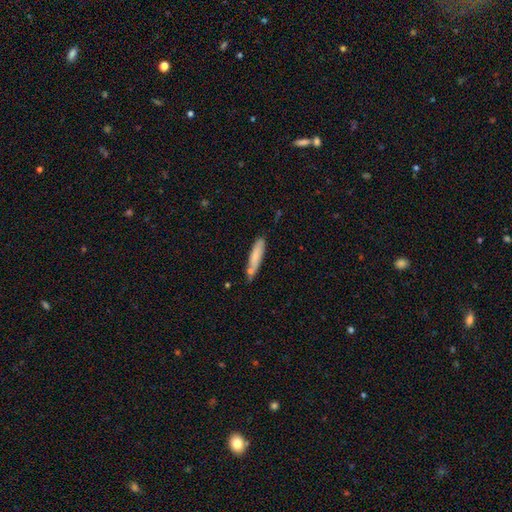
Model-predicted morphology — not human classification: Smooth or featured?
  - smooth: 75% *
  - featured or disk: 18%
  - star or artifact: 6%
How rounded?
  - cigar-shaped: 80% *
  - in between: 19%
  - round: 1%
Merging?
  - none: 62% *
  - minor disturbance: 22%
  - merger: 12%
  - major disturbance: 4%